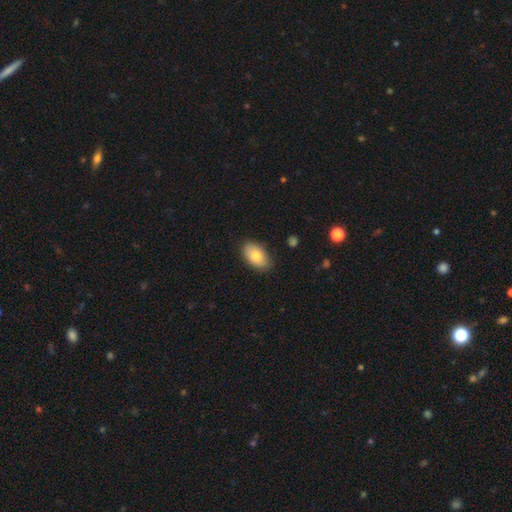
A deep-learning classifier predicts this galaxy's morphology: type=smooth (80%); roundness=in between (92%); merging=none (81%).